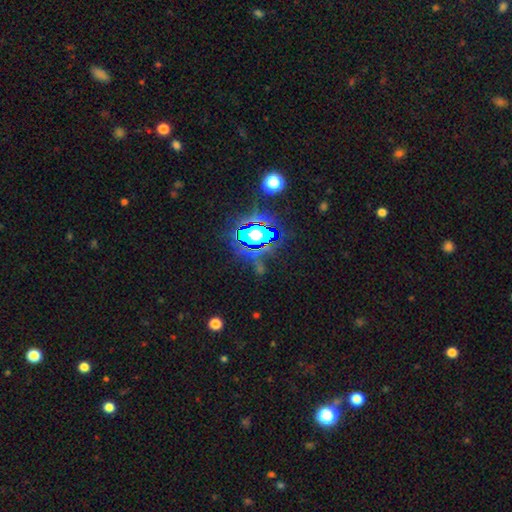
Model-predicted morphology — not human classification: This is clearly a star or artifact rather than a galaxy (81%).